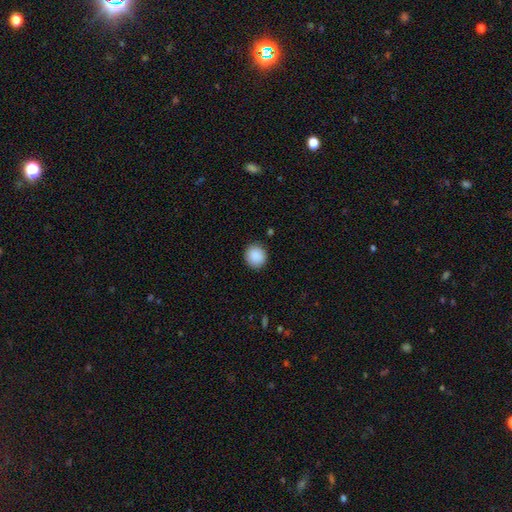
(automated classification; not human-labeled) This appears to be a smooth galaxy with no disk features (89%) that is round (88%). Merging: none (90%).